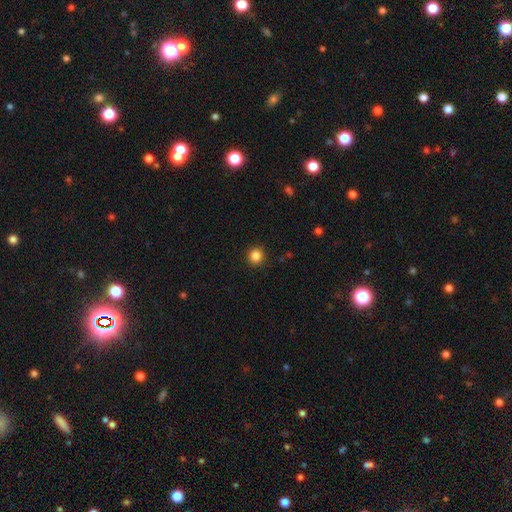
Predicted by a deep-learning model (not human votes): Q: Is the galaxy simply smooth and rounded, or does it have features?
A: smooth — 85%.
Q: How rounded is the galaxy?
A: round — 92%.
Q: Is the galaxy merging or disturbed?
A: none — 92%.